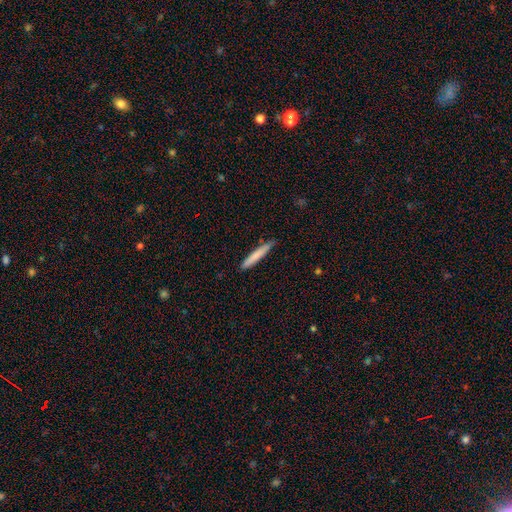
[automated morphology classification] Q: Smooth or featured?
A: smooth (76%); runner-up: featured or disk (18%)
Q: How rounded?
A: cigar-shaped (95%); runner-up: in between (4%)
Q: Merging?
A: none (84%); runner-up: minor disturbance (13%)